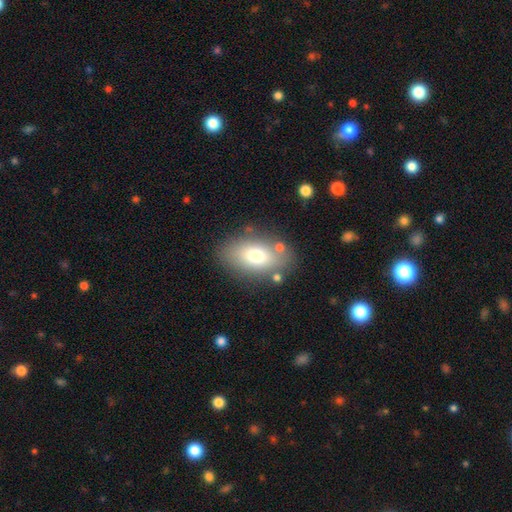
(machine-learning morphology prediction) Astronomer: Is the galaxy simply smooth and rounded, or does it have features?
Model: smooth — 72%.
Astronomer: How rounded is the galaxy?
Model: in between — 87%.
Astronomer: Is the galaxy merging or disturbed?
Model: none — 77%.